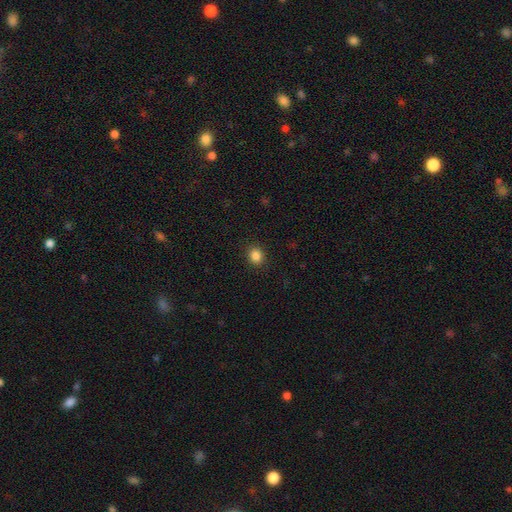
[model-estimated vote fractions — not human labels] smooth-or-featured: smooth: 86% | star or artifact: 11% | featured or disk: 3%
  how-rounded: round: 72% | in between: 27% | cigar-shaped: 1%
  merging: none: 91% | minor disturbance: 6% | major disturbance: 2% | merger: 1%